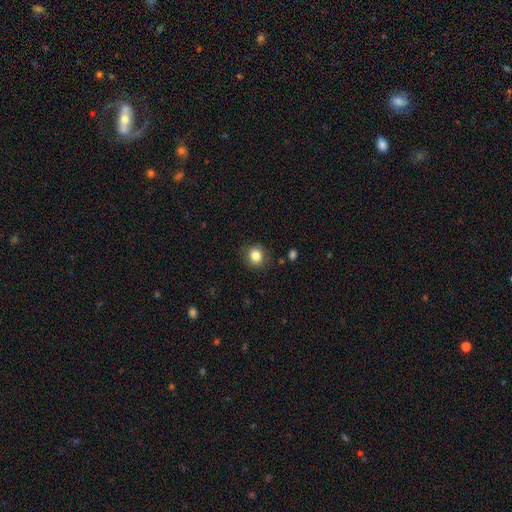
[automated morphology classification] Smooth or featured? smooth (83%)
How rounded? round (84%)
Merging? none (88%)